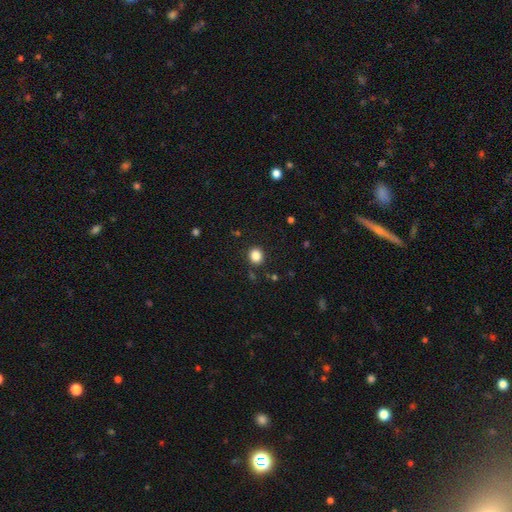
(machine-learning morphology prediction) Smooth or featured? smooth (85%)
How rounded? round (79%)
Merging? none (89%)